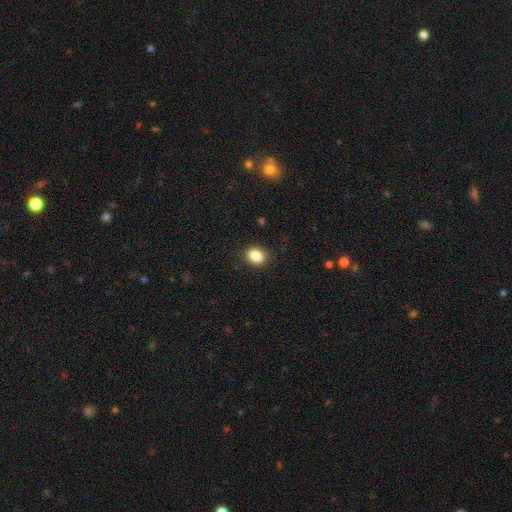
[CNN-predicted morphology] smooth-or-featured: smooth: 86% | star or artifact: 9% | featured or disk: 5%
  how-rounded: in between: 57% | round: 42% | cigar-shaped: 1%
  merging: none: 87% | minor disturbance: 9% | major disturbance: 3% | merger: 1%